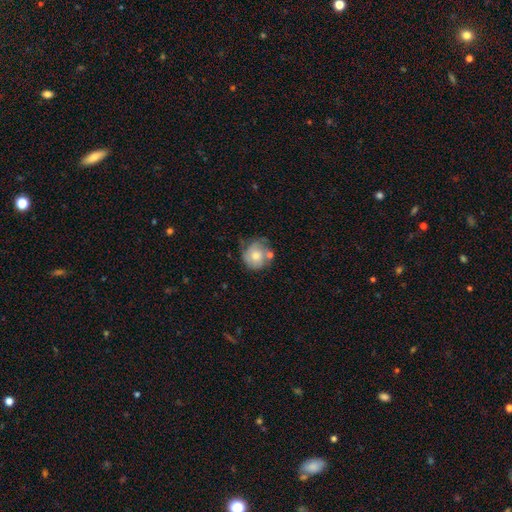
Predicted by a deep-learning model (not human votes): smooth_or_featured: smooth (p=0.55) [alt: featured or disk p=0.37]
how_rounded: round (p=0.85) [alt: in between p=0.14]
merging: none (p=0.50) [alt: minor disturbance p=0.25]